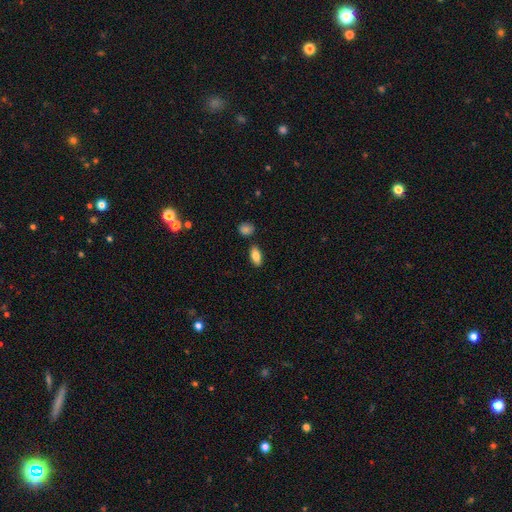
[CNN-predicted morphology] A smooth galaxy with no disk features (83%) that is in between round and cigar-shaped (89%).

Vote fractions:
- Smooth or featured? smooth: 83% / featured or disk: 11% / star or artifact: 7%
- How rounded? in between: 89% / cigar-shaped: 8% / round: 3%
- Merging? none: 85% / minor disturbance: 9% / merger: 4% / major disturbance: 2%